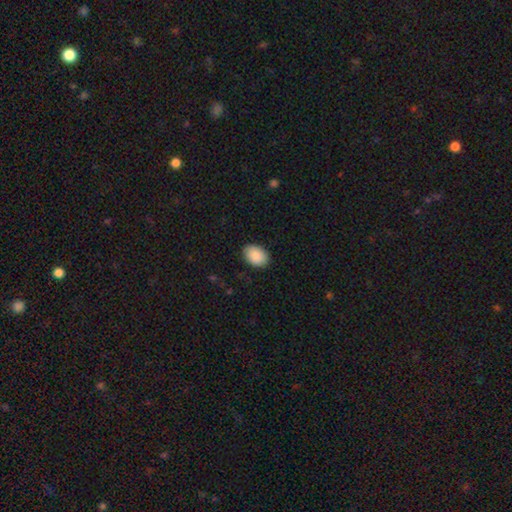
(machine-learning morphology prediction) smooth 90%, star or artifact 6%, featured or disk 4%. Down the decision tree: how rounded — in between (84%); merging — none (88%).